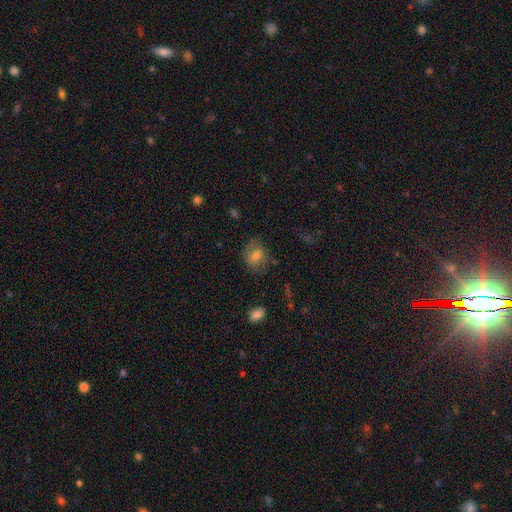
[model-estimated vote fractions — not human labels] Overall: smooth (68%). How rounded: in between (50%; round 48%). Merging: none (70%).